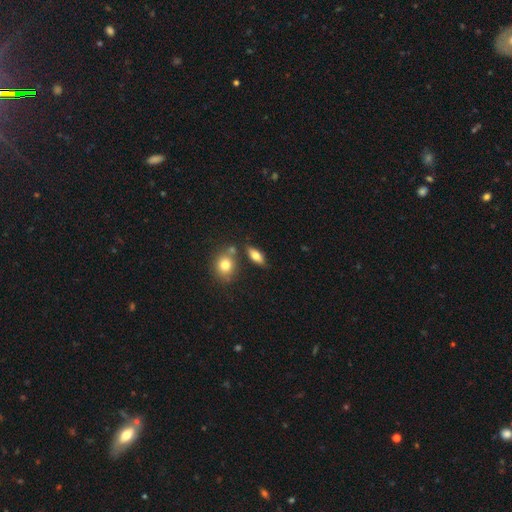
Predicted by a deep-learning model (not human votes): Smooth or featured? smooth (74%)
How rounded? in between (78%)
Merging? none (72%)